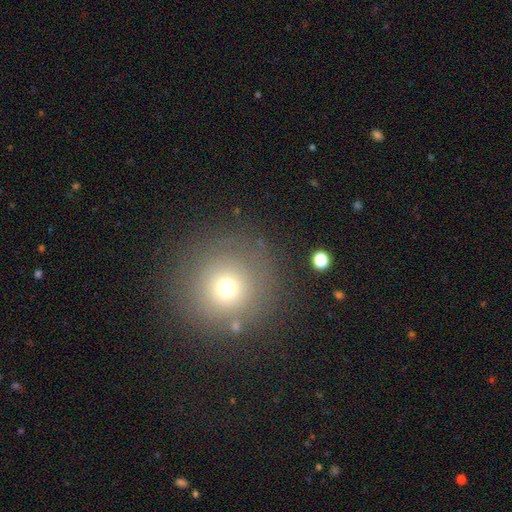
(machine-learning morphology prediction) A smooth galaxy with no disk features (65%) that is round (95%). Merging: none (86%).